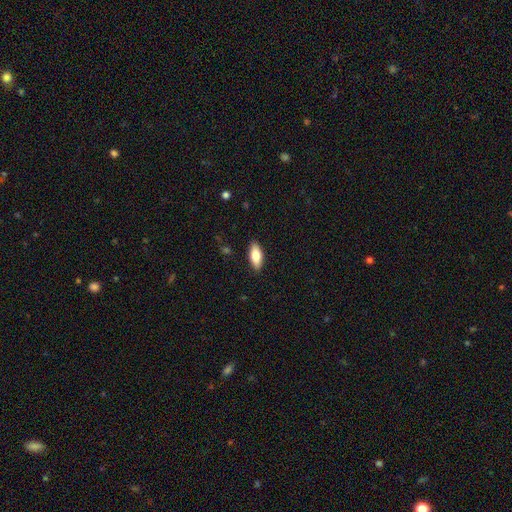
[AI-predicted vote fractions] Q: Smooth or featured?
A: smooth (82%); runner-up: featured or disk (12%)
Q: How rounded?
A: in between (82%); runner-up: cigar-shaped (16%)
Q: Merging?
A: none (88%); runner-up: minor disturbance (9%)